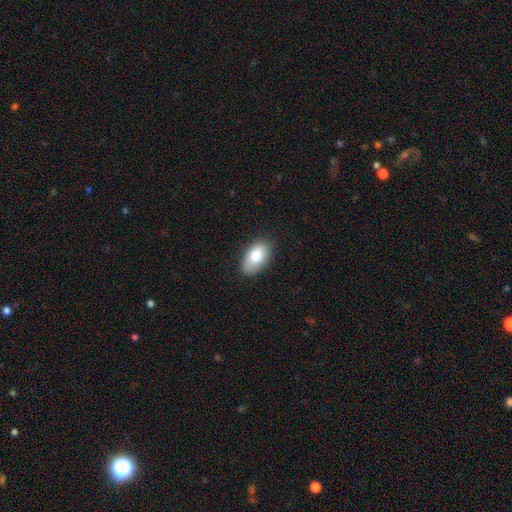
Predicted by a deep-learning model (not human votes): A smooth galaxy with no disk features (79%) that is in between round and cigar-shaped (93%). Merging: none (84%).